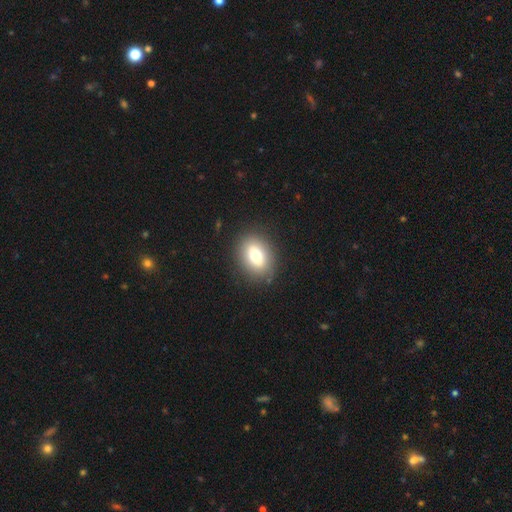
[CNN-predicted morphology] This appears to be a smooth galaxy with no disk features (72%) that is in between round and cigar-shaped (67%). Merging: none (86%).